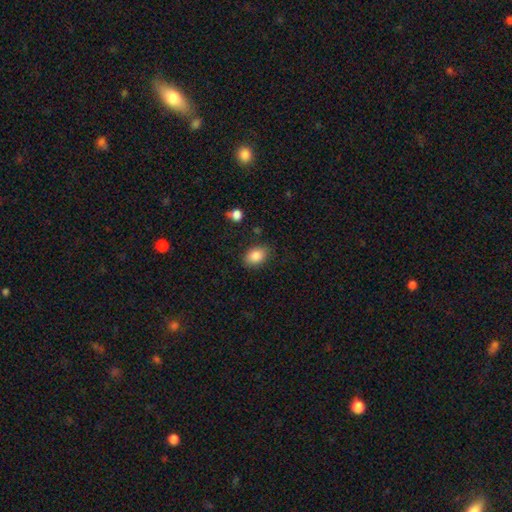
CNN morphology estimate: Smooth or featured? Predicted: smooth (p=0.86). How rounded? Predicted: in between (p=0.77). Merging? Predicted: none (p=0.80).